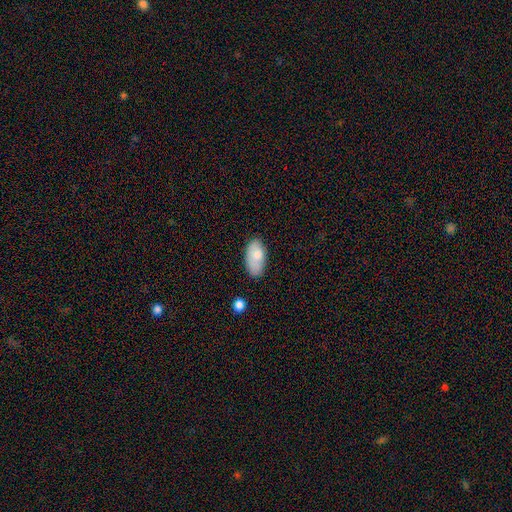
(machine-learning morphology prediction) smooth_or_featured: smooth (p=0.80) [alt: featured or disk p=0.14]
how_rounded: in between (p=0.94) [alt: round p=0.03]
merging: none (p=0.70) [alt: minor disturbance p=0.23]